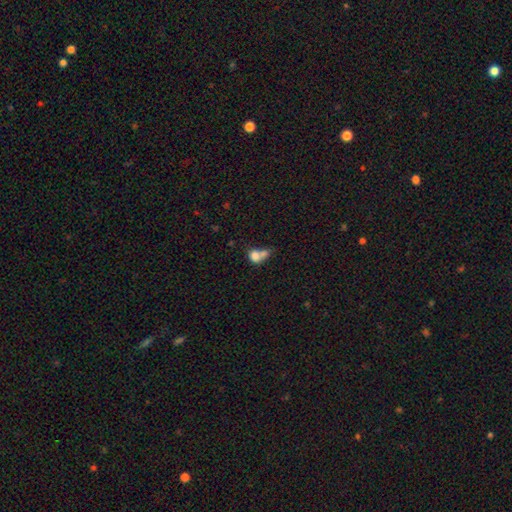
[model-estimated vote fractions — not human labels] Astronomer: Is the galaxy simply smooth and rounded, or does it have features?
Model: smooth — 74%.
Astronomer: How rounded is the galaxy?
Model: round — 54% (runner-up: in between, 44%).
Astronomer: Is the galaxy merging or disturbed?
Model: merger — 66%.